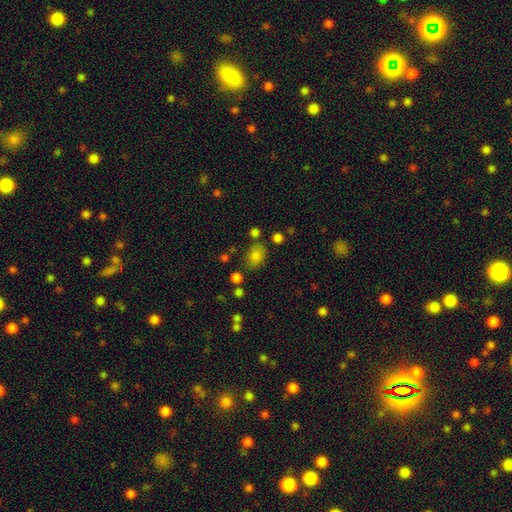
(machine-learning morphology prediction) type=smooth (81%); roundness=in between (65%); merging=none (73%).